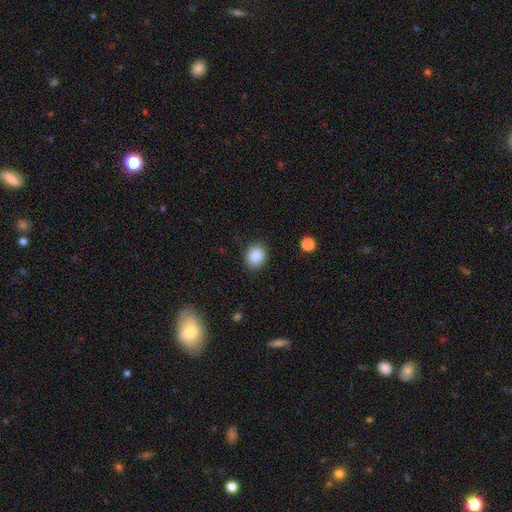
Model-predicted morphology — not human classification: Overall: smooth (88%). How rounded: round (63%; in between 36%). Merging: none (88%).